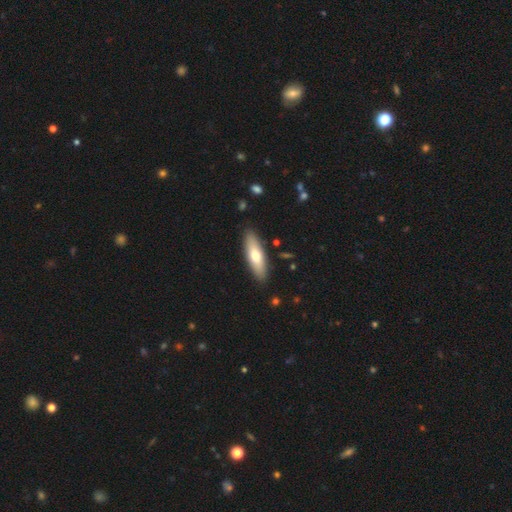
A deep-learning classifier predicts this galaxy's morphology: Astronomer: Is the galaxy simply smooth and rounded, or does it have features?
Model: smooth — 65%.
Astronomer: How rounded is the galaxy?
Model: in between — 50% (runner-up: cigar-shaped, 48%).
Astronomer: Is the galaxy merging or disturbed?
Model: none — 88%.